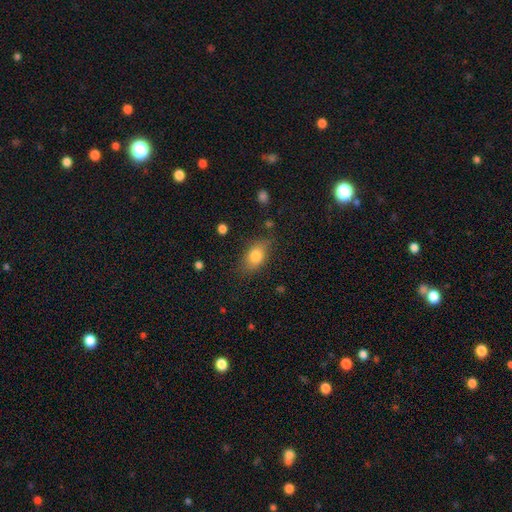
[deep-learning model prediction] Smooth or featured: smooth — 79% (featured or disk — 13%)
How rounded: in between — 84% (round — 13%)
Merging: none — 76% (minor disturbance — 17%)